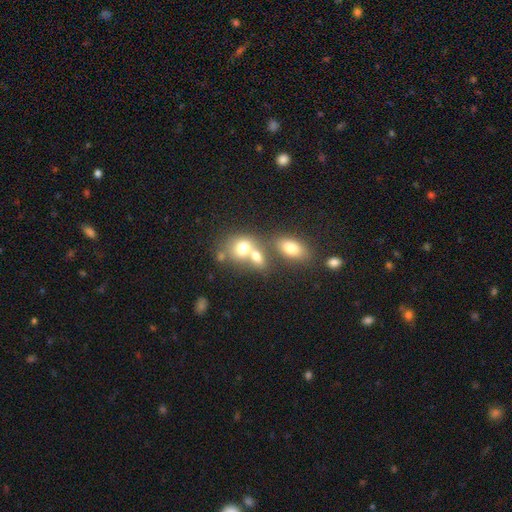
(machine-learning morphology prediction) This appears to be a smooth galaxy with no disk features (72%) that is in between round and cigar-shaped (59%). Merging: merger (59%).